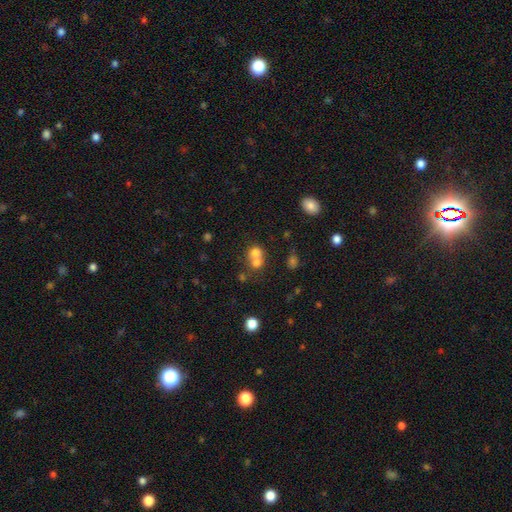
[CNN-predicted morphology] The model was most divided on "merging": merger: 61%, none: 30%, minor disturbance: 6%, major disturbance: 3%. More confident: how rounded — round (76%); smooth or featured — smooth (70%).